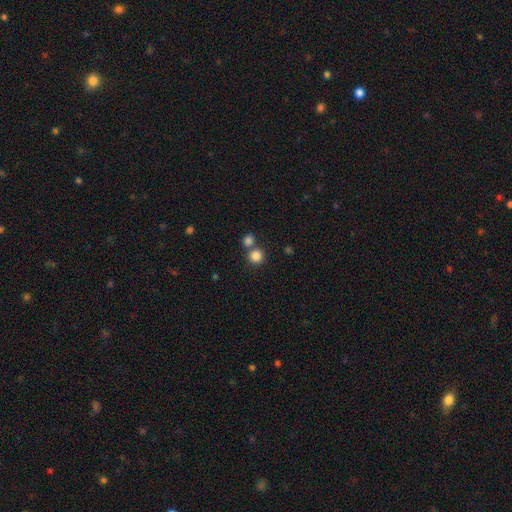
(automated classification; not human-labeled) The model was most divided on "merging": none: 63%, merger: 28%, minor disturbance: 7%, major disturbance: 3%. More confident: how rounded — round (91%); smooth or featured — smooth (84%).